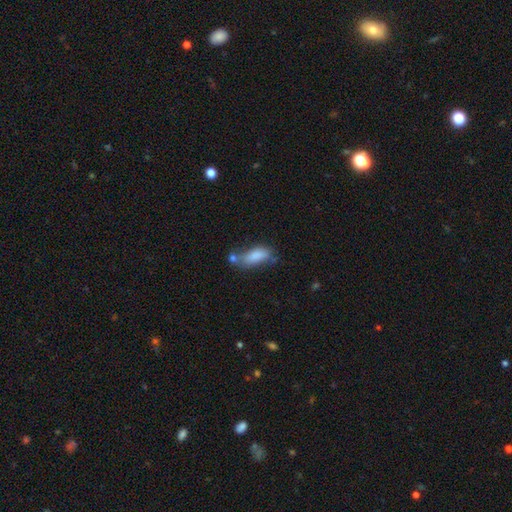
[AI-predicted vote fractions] This appears to be a smooth galaxy with no disk features (79%) that is in between round and cigar-shaped (76%). Merging: none (37%).